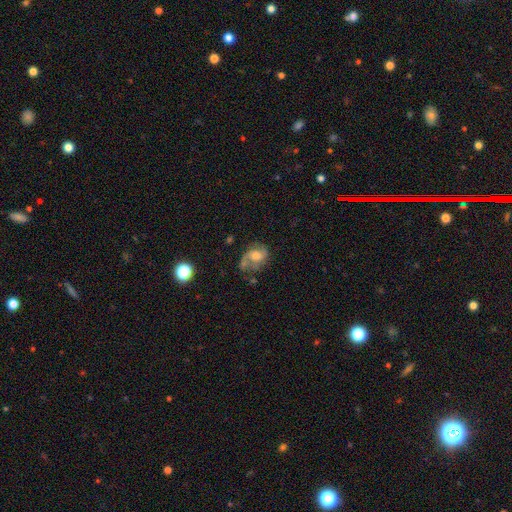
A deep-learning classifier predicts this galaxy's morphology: Smooth or featured? Predicted: featured or disk (p=0.65). Edge-on disk? Predicted: no (p=0.97). Bar? Predicted: no (p=0.59). Spiral arms? Predicted: yes (p=0.86). Spiral winding? Predicted: medium (p=0.45). Spiral arm count? Predicted: 2 (p=0.78). Bulge size? Predicted: moderate (p=0.50). Merging? Predicted: none (p=0.52).